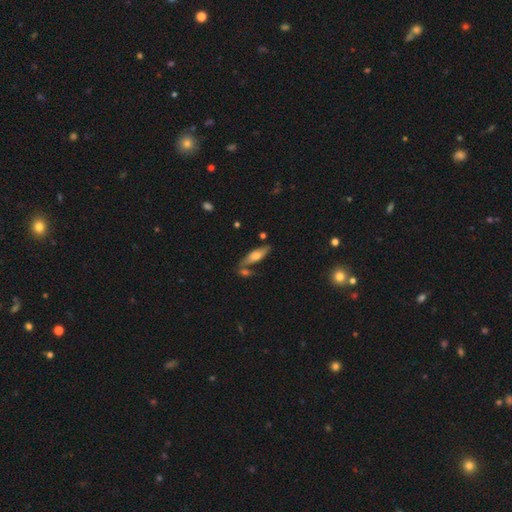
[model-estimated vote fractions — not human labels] Smooth or featured: smooth — 59% (featured or disk — 34%)
How rounded: in between — 52% (cigar-shaped — 45%)
Merging: none — 64% (merger — 17%)